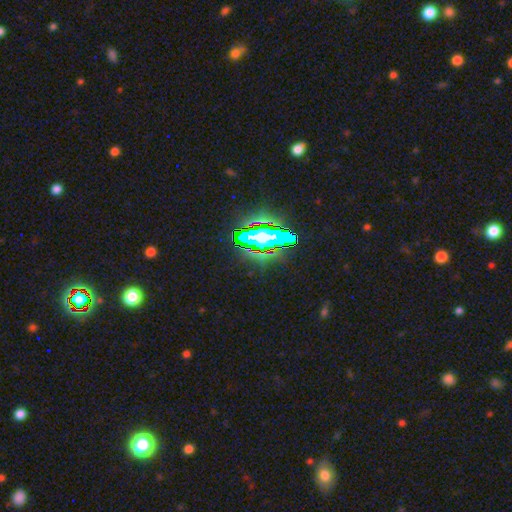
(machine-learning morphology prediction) Overall: star or artifact (81%).